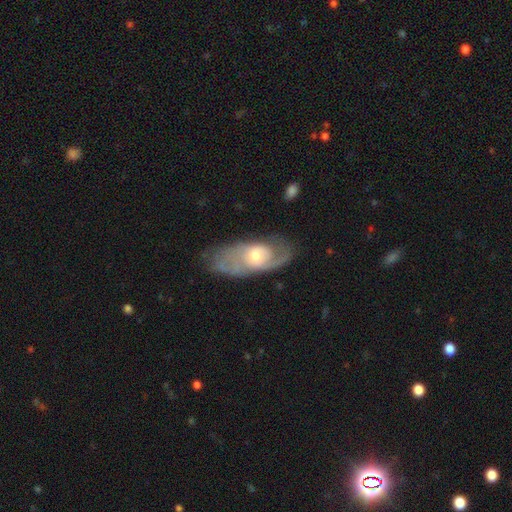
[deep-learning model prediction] Smooth or featured? featured or disk (73%)
Edge-on disk? no (91%)
Bar? no (71%)
Spiral arms? yes (83%)
Spiral winding? tight (42%)
Spiral arm count? 2 (46%)
Bulge size? moderate (58%)
Merging? none (60%)